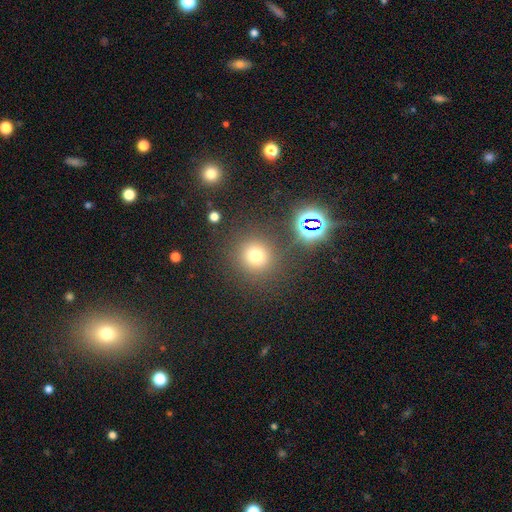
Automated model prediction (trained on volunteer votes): Smooth or featured? smooth (69%)
How rounded? round (92%)
Merging? none (84%)